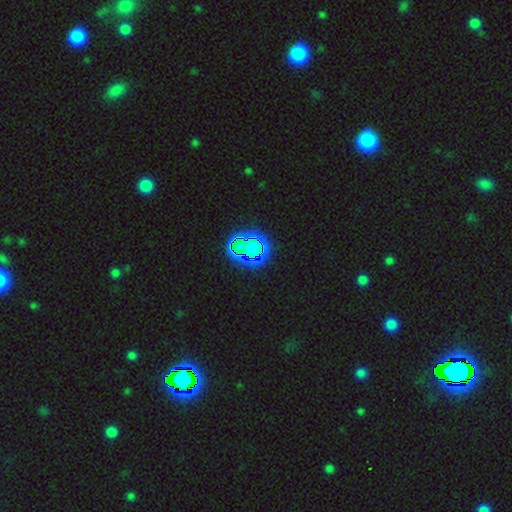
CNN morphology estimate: Overall: star or artifact (71%).